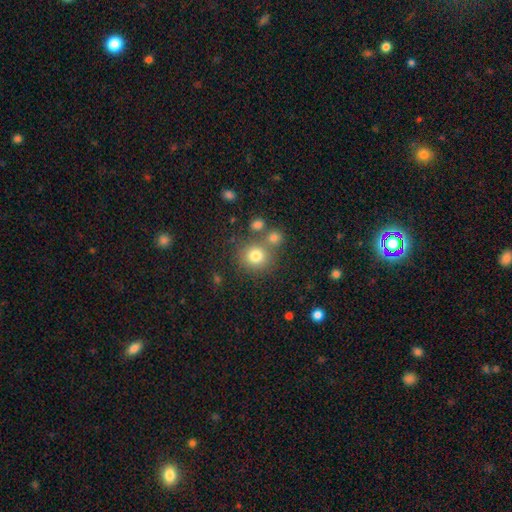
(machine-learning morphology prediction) Smooth or featured?
  - smooth: 78% *
  - star or artifact: 13%
  - featured or disk: 9%
How rounded?
  - round: 86% *
  - in between: 13%
  - cigar-shaped: 1%
Merging?
  - none: 67% *
  - merger: 19%
  - minor disturbance: 10%
  - major disturbance: 4%